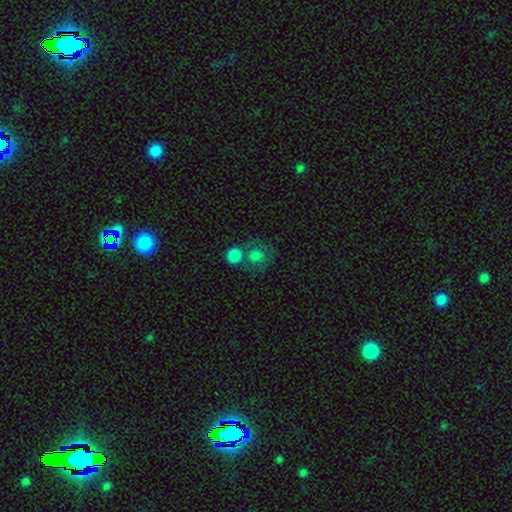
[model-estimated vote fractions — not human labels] smooth-or-featured: smooth: 77% | featured or disk: 11% | star or artifact: 11%
  how-rounded: round: 83% | in between: 16% | cigar-shaped: 1%
  merging: none: 43% | merger: 39% | minor disturbance: 11% | major disturbance: 7%